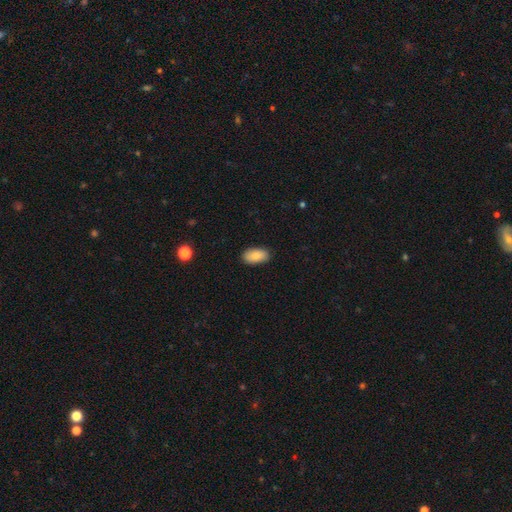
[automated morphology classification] smooth 87%, star or artifact 7%, featured or disk 6%. Down the decision tree: how rounded — in between (94%); merging — none (88%).